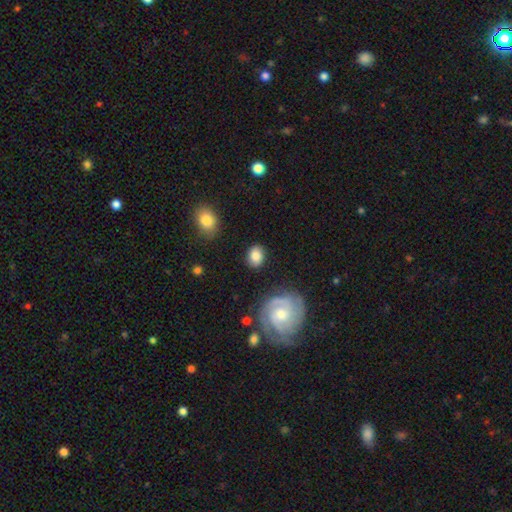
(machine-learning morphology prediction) A smooth galaxy with no disk features (81%) that is in between round and cigar-shaped (59%).

Vote fractions:
- Smooth or featured? smooth: 81% / featured or disk: 12% / star or artifact: 7%
- How rounded? in between: 59% / round: 40% / cigar-shaped: 1%
- Merging? none: 83% / minor disturbance: 11% / major disturbance: 3% / merger: 2%